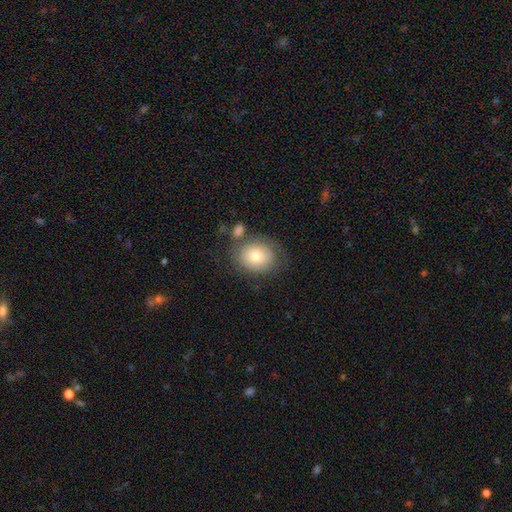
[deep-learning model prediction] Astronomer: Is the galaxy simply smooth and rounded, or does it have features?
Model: smooth — 73%.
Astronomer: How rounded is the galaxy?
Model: round — 57% (runner-up: in between, 43%).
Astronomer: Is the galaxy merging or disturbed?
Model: none — 64%.